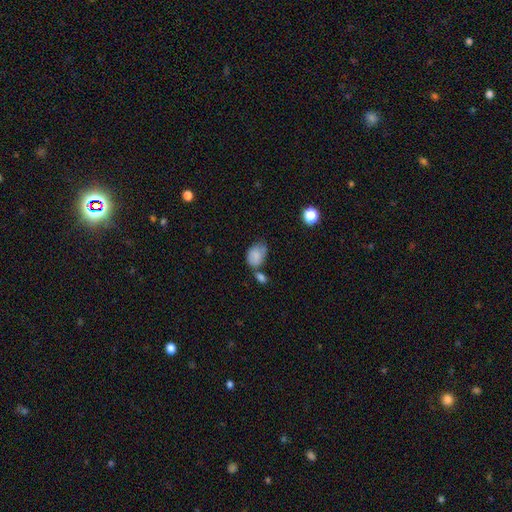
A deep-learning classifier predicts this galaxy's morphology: The model was most divided on "merging": none: 39%, minor disturbance: 29%, merger: 22%, major disturbance: 10%. More confident: smooth or featured — smooth (79%); how rounded — in between (76%).